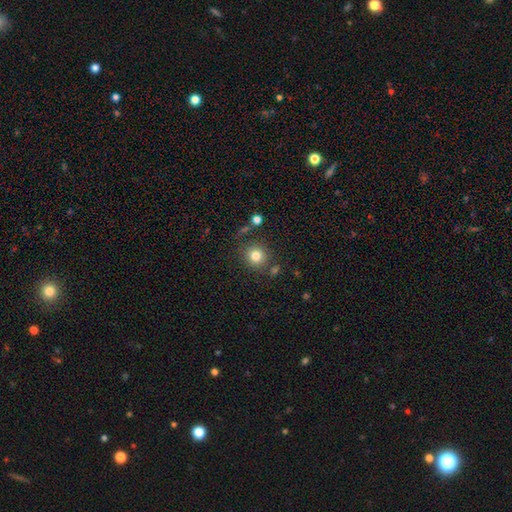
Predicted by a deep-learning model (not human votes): Smooth or featured? Predicted: smooth (p=0.81). How rounded? Predicted: round (p=0.91). Merging? Predicted: none (p=0.82).